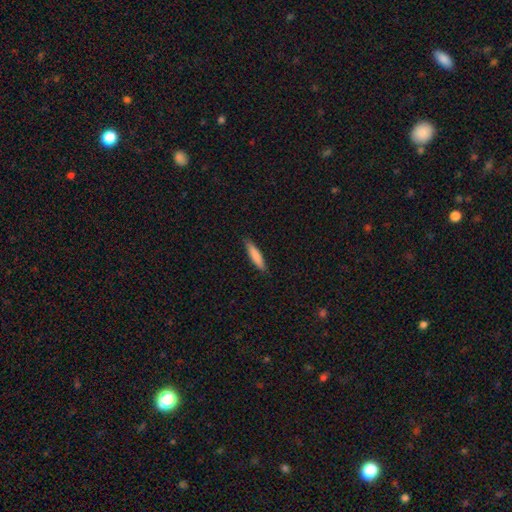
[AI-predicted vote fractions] Morphology: type=smooth (82%); roundness=cigar-shaped (83%); merging=none (86%).